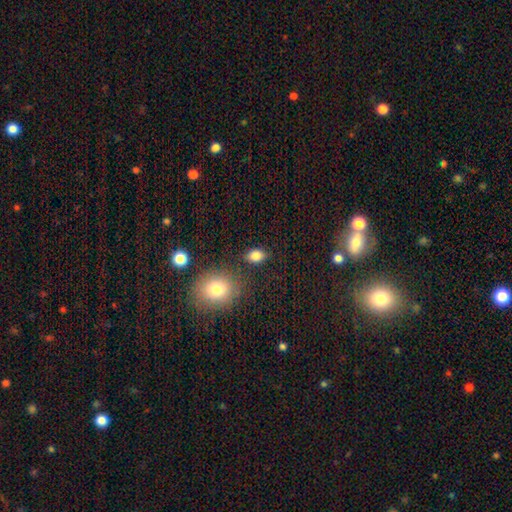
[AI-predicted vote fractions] smooth_or_featured: smooth (p=0.84) [alt: star or artifact p=0.10]
how_rounded: in between (p=0.80) [alt: round p=0.18]
merging: none (p=0.81) [alt: minor disturbance p=0.12]